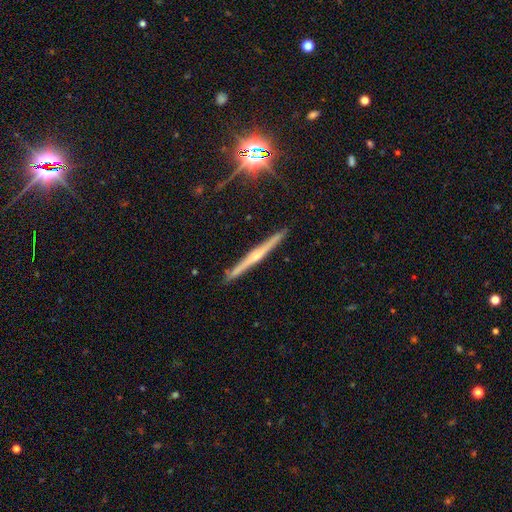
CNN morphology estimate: type=featured or disk (76%); edge-on=yes (98%); edge-on bulge=rounded (77%); merging=none (91%).